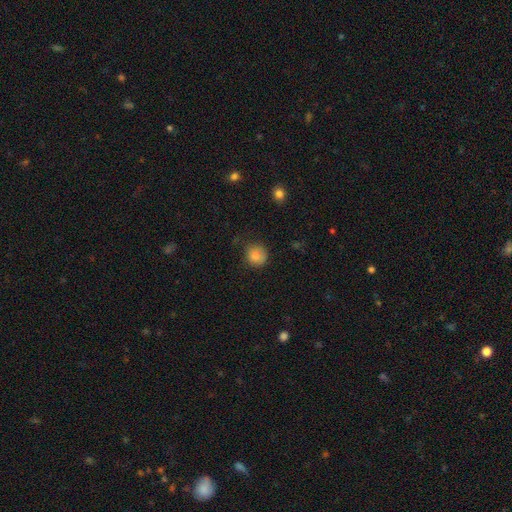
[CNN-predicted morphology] Smooth or featured?
  - smooth: 82% *
  - star or artifact: 10%
  - featured or disk: 7%
How rounded?
  - round: 90% *
  - in between: 9%
  - cigar-shaped: 1%
Merging?
  - none: 76% *
  - minor disturbance: 18%
  - major disturbance: 4%
  - merger: 1%